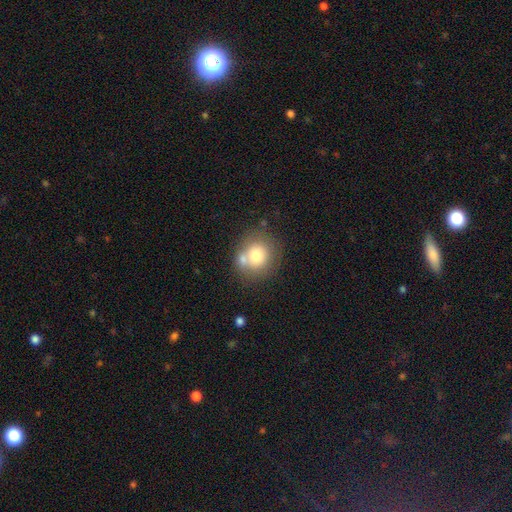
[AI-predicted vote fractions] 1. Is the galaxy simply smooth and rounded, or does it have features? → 72% smooth, 18% featured or disk, 10% star or artifact.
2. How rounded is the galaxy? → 84% round, 15% in between, 1% cigar-shaped.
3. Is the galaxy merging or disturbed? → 55% none, 28% merger, 13% minor disturbance, 5% major disturbance.